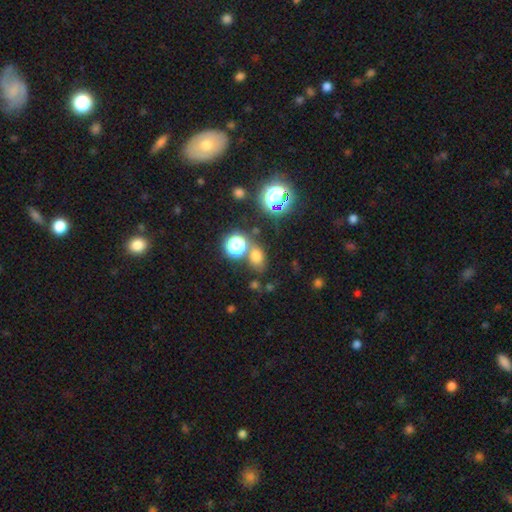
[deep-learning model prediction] Morphology: type=smooth (65%); roundness=in between (54%); merging=none (68%).